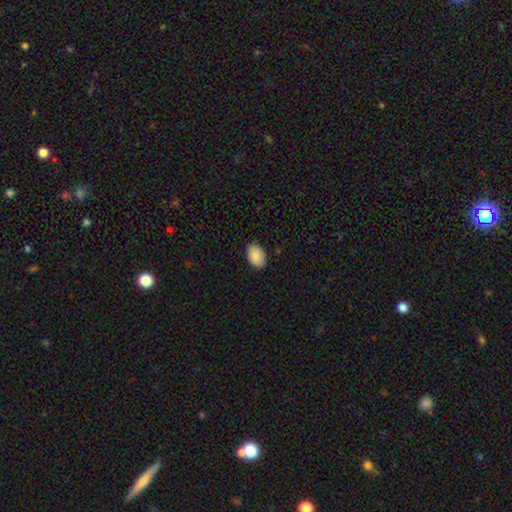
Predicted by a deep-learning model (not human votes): Q: Smooth or featured?
A: smooth (90%); runner-up: star or artifact (6%)
Q: How rounded?
A: in between (86%); runner-up: round (13%)
Q: Merging?
A: none (87%); runner-up: minor disturbance (10%)